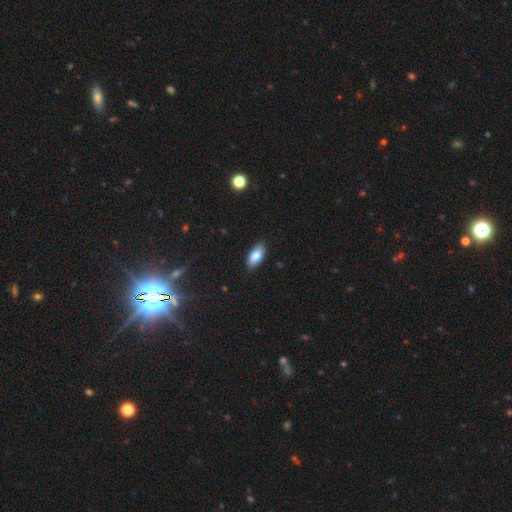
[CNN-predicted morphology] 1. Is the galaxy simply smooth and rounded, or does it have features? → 82% smooth, 11% featured or disk, 7% star or artifact.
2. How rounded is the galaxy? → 91% in between, 6% cigar-shaped, 3% round.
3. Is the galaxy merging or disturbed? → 85% none, 12% minor disturbance, 2% major disturbance, 1% merger.